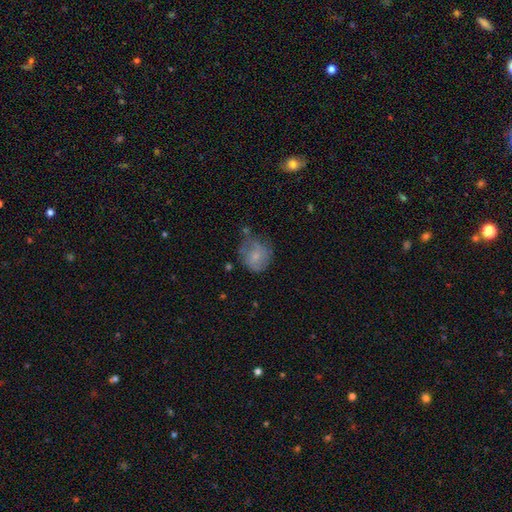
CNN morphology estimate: The model was most divided on "merging": none: 44%, minor disturbance: 32%, major disturbance: 17%, merger: 6%. More confident: how rounded — round (73%); smooth or featured — smooth (59%).